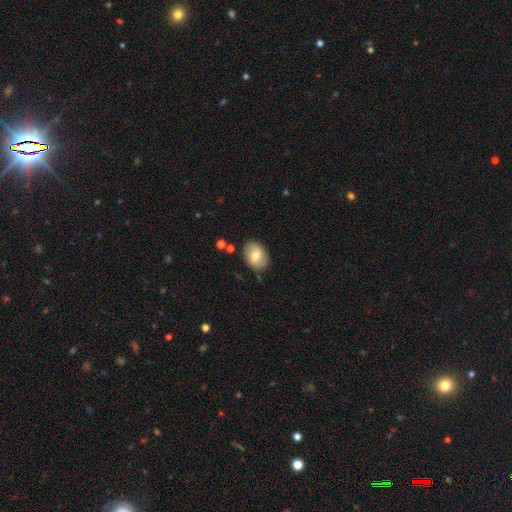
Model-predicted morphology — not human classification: This appears to be a smooth galaxy with no disk features (67%) that is in between round and cigar-shaped (70%). Merging: none (82%).